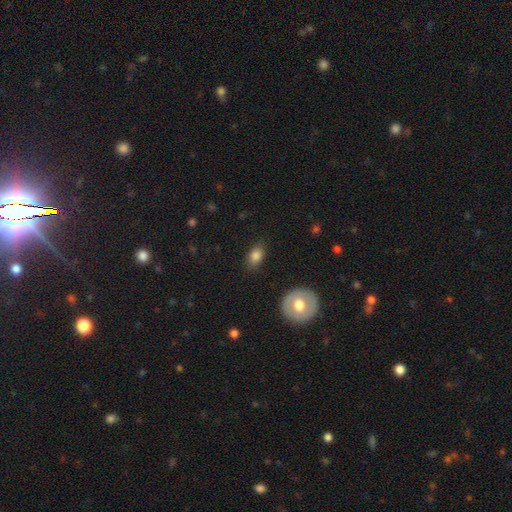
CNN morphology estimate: Smooth or featured?
  - smooth: 82% *
  - star or artifact: 9%
  - featured or disk: 9%
How rounded?
  - in between: 80% *
  - round: 17%
  - cigar-shaped: 2%
Merging?
  - none: 83% *
  - minor disturbance: 13%
  - major disturbance: 3%
  - merger: 1%